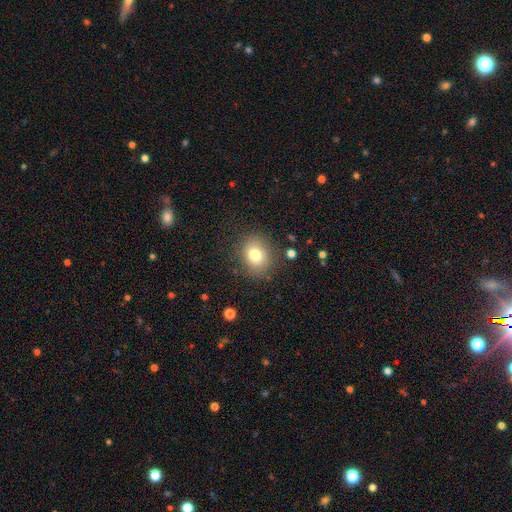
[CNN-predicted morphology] A smooth galaxy with no disk features (76%) that is round (71%). Merging: none (87%).